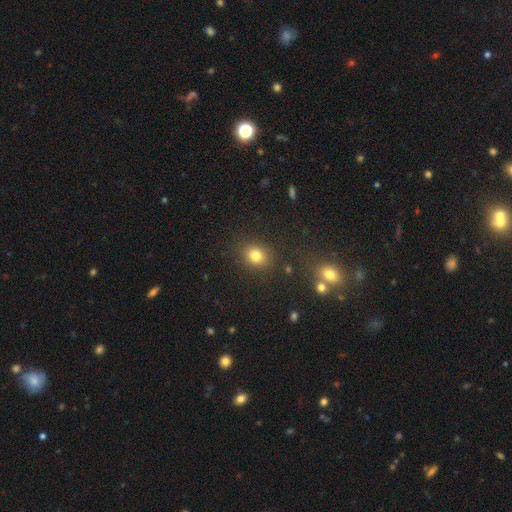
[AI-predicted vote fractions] Q: Smooth or featured?
A: smooth (80%); runner-up: star or artifact (14%)
Q: How rounded?
A: round (68%); runner-up: in between (31%)
Q: Merging?
A: none (85%); runner-up: minor disturbance (9%)